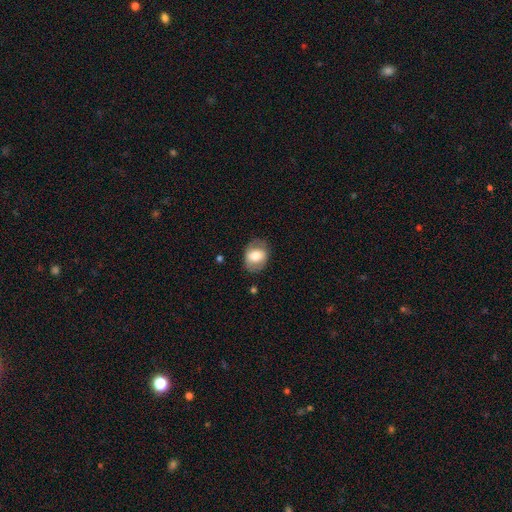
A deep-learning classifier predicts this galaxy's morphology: Overall: smooth (63%; featured or disk 29%). How rounded: in between (62%; round 37%). Merging: none (73%).